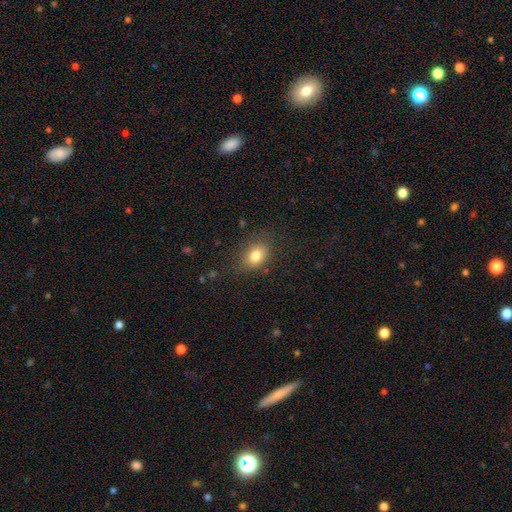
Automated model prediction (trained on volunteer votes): smooth_or_featured: smooth (p=0.81) [alt: star or artifact p=0.10]
how_rounded: in between (p=0.67) [alt: round p=0.32]
merging: none (p=0.80) [alt: minor disturbance p=0.14]